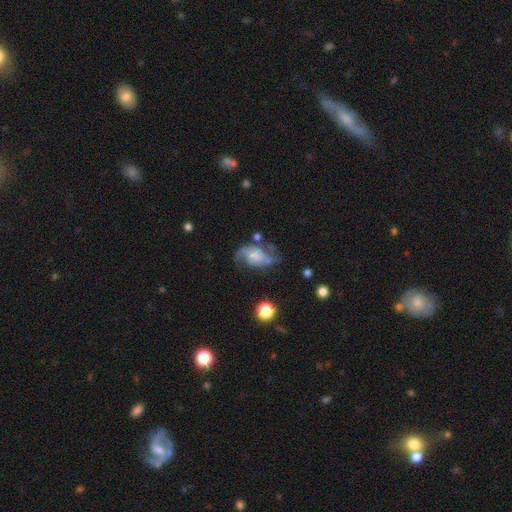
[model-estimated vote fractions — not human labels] A featured or disk galaxy (67%) with no bar (64%), 2 (81%) loose (53%) spiral arms (88%) and no central bulge (35%).

Vote fractions:
- Smooth or featured? featured or disk: 67% / smooth: 24% / star or artifact: 8%
- Edge-on disk? no: 97% / yes: 3%
- Bar? no: 64% / weak: 30% / strong: 7%
- Spiral arms? yes: 88% / no: 12%
- Spiral winding? loose: 53% / medium: 35% / tight: 12%
- Spiral arm count? 2: 81% / 1: 9% / can't tell: 6% / 3: 1% / 4: 1% / more than 4: 1%
- Bulge size? none: 35% / small: 27% / moderate: 20% / large: 15% / dominant: 4%
- Merging? none: 46% / minor disturbance: 25% / major disturbance: 23% / merger: 6%